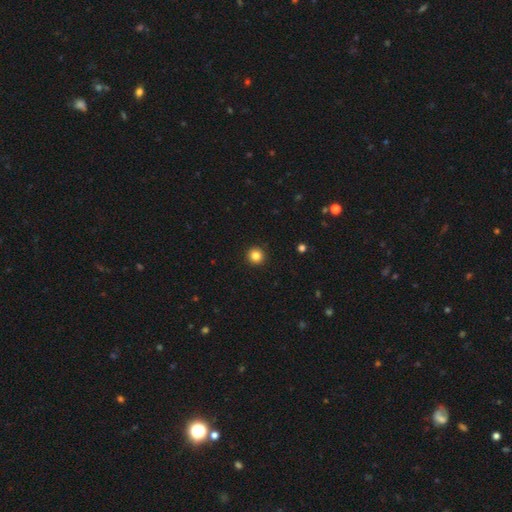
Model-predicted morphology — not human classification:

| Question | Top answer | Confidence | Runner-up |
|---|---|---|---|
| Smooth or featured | smooth | 84% | star or artifact (11%) |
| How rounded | round | 95% | in between (4%) |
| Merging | none | 93% | minor disturbance (4%) |